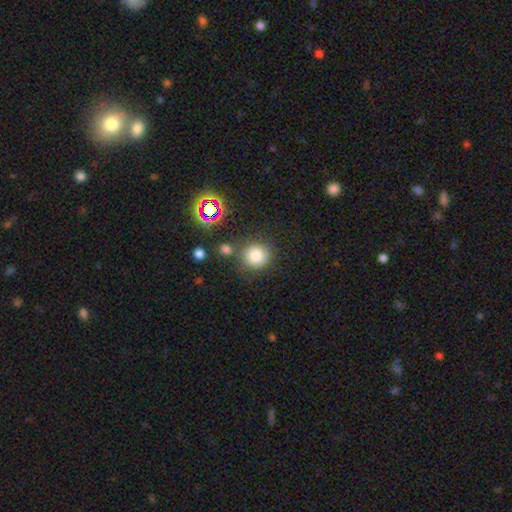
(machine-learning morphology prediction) smooth 78%, star or artifact 15%, featured or disk 7%. Down the decision tree: how rounded — round (89%); merging — none (75%).